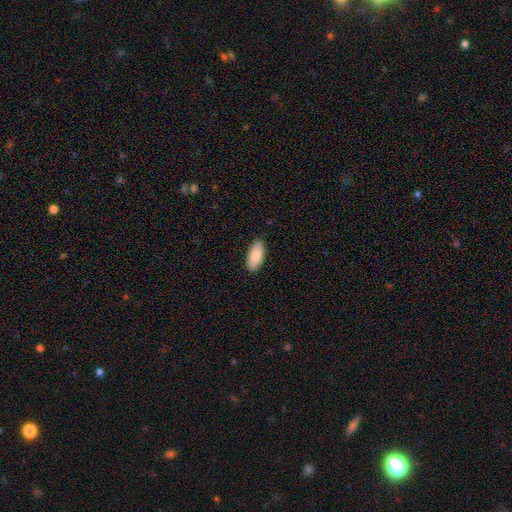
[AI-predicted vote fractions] Smooth or featured? smooth (87%)
How rounded? in between (88%)
Merging? none (89%)